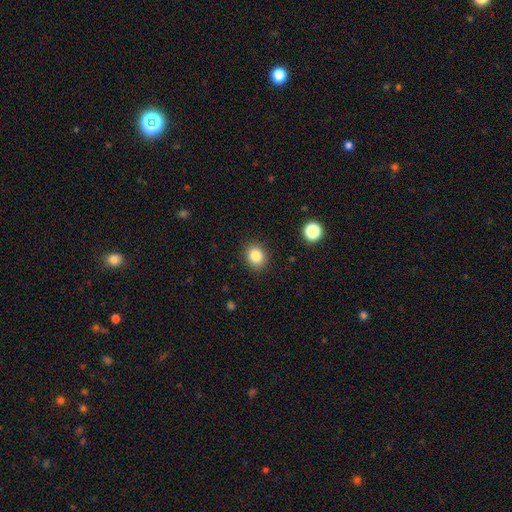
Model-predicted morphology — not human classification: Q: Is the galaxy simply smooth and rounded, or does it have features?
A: smooth — 84%.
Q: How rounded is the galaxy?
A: round — 65%.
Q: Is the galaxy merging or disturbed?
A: none — 88%.